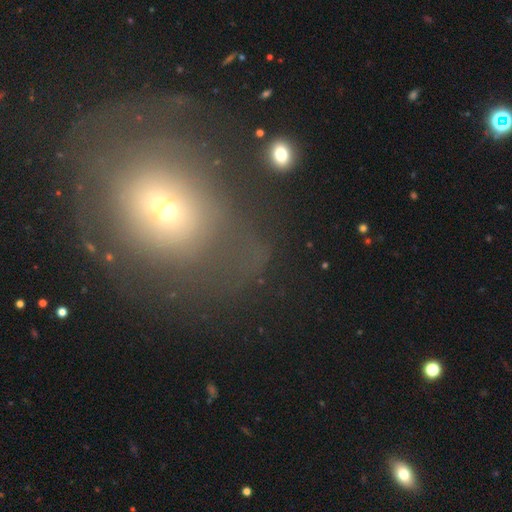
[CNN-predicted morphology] A smooth galaxy with no disk features (42%).

Vote fractions:
- Smooth or featured? smooth: 42% / star or artifact: 29% / featured or disk: 28%
- Merging? none: 52% / major disturbance: 24% / minor disturbance: 16% / merger: 7%